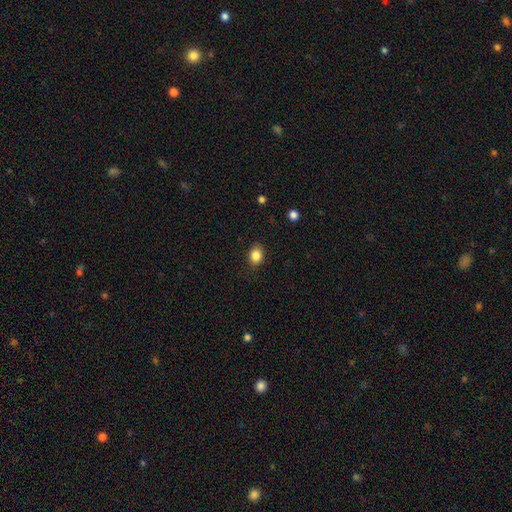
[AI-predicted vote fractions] Smooth or featured: smooth — 85% (star or artifact — 10%)
How rounded: round — 50% (in between — 49%)
Merging: none — 87% (minor disturbance — 9%)